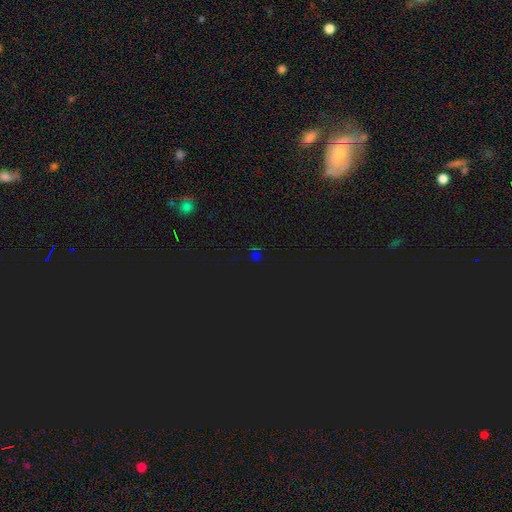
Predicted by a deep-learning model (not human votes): Q: Smooth or featured?
A: star or artifact (66%); runner-up: smooth (28%)